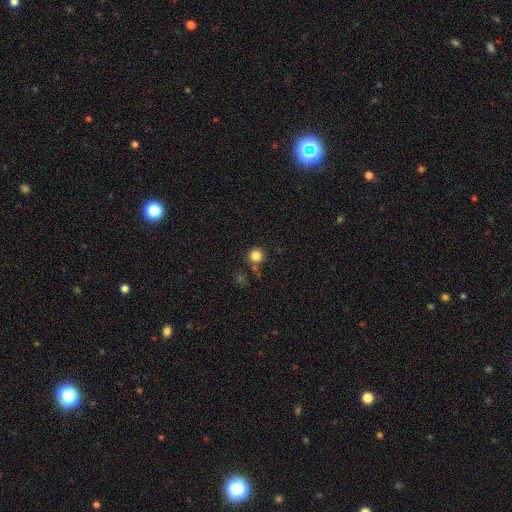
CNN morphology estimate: This is clearly a smooth galaxy (83%). How rounded: clearly round (94%). Merging: likely none (78%).